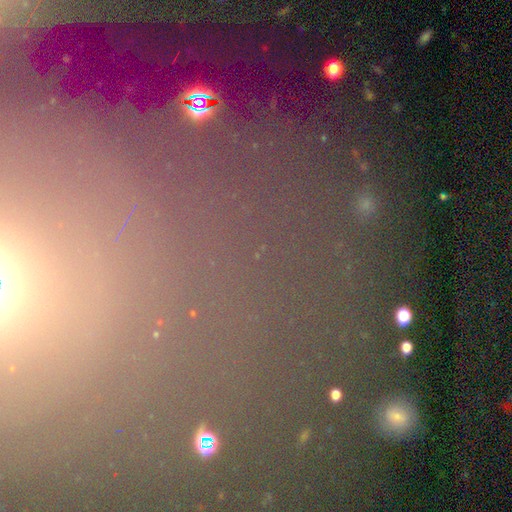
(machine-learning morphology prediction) The model was most divided on "smooth or featured": star or artifact: 65%, smooth: 24%, featured or disk: 11%.